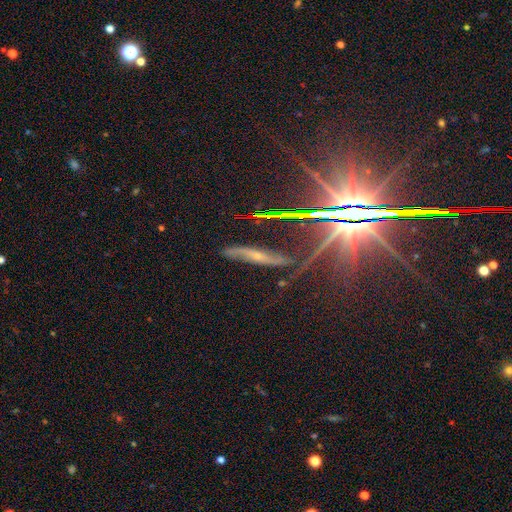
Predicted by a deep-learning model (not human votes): Smooth or featured? Predicted: star or artifact (p=0.45).